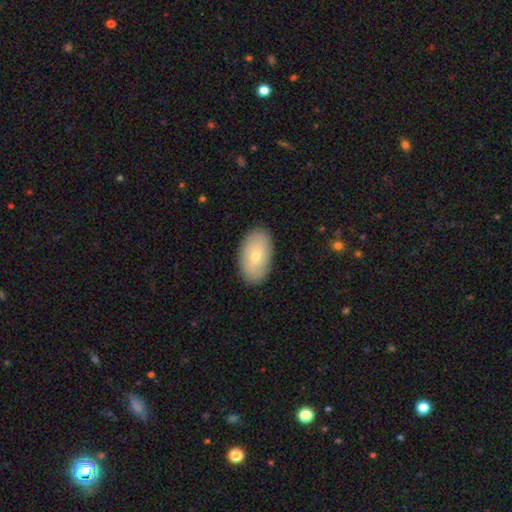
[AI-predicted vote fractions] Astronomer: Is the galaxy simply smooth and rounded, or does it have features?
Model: smooth — 70%.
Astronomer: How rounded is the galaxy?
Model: in between — 93%.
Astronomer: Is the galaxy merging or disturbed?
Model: none — 88%.